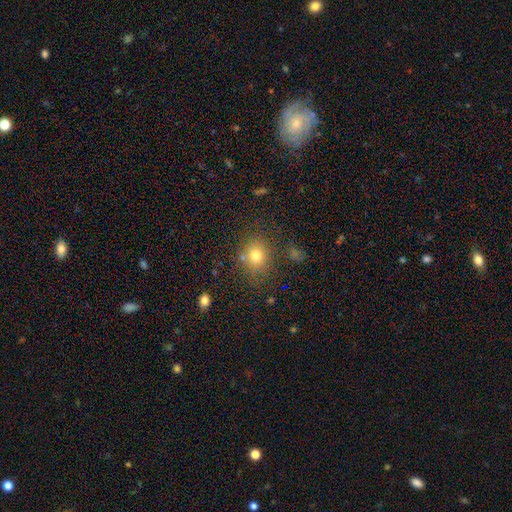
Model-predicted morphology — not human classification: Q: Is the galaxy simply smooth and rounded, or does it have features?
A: smooth — 76%.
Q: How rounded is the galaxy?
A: round — 69%.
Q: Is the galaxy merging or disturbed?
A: none — 77%.